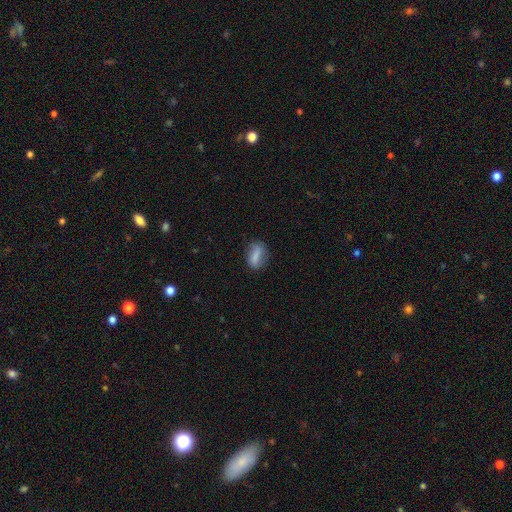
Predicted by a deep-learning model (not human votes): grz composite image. It shows a smooth galaxy with no disk features (71%) that is in between round and cigar-shaped (74%). Merging: none (71%).